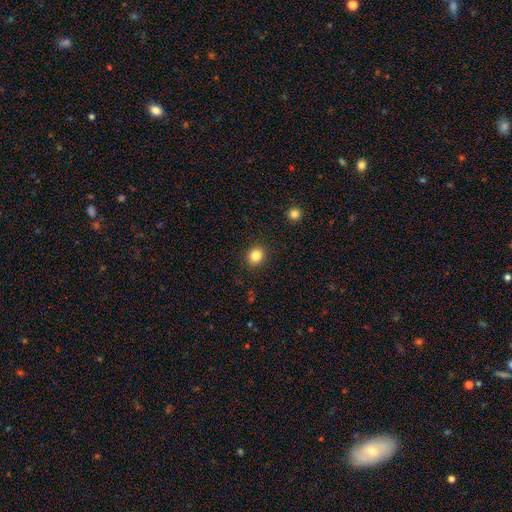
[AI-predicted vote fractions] Smooth or featured? Predicted: smooth (p=0.84). How rounded? Predicted: round (p=0.73). Merging? Predicted: none (p=0.90).